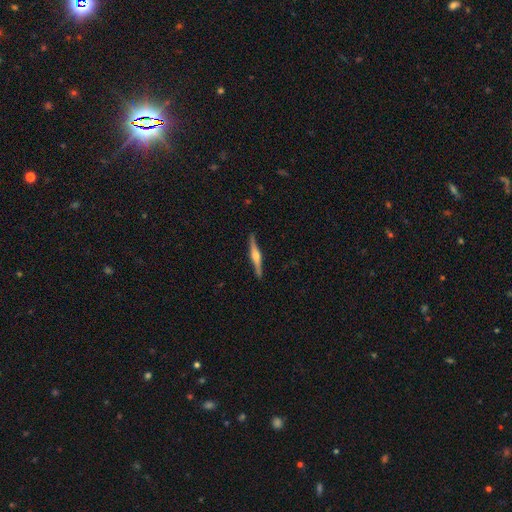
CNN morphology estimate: This appears to be a featured or disk galaxy (75%) viewed edge-on (98%) with a rounded central bulge (86%). Merging: none (89%).